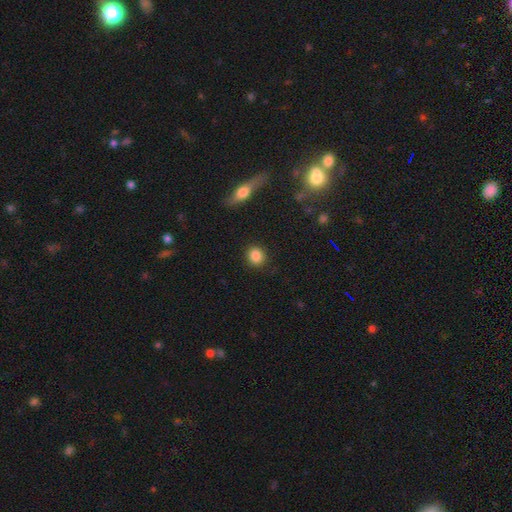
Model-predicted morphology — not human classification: smooth_or_featured: smooth (p=0.87) [alt: star or artifact p=0.09]
how_rounded: round (p=0.80) [alt: in between p=0.18]
merging: none (p=0.89) [alt: minor disturbance p=0.07]